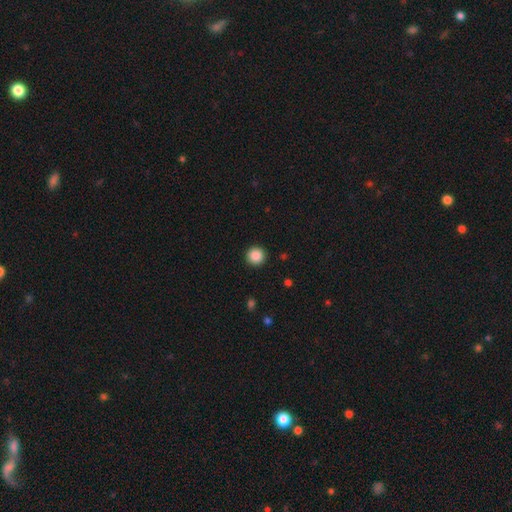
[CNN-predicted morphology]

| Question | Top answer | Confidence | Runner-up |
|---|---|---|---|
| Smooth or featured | smooth | 87% | star or artifact (10%) |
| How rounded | round | 96% | in between (3%) |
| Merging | none | 93% | minor disturbance (5%) |